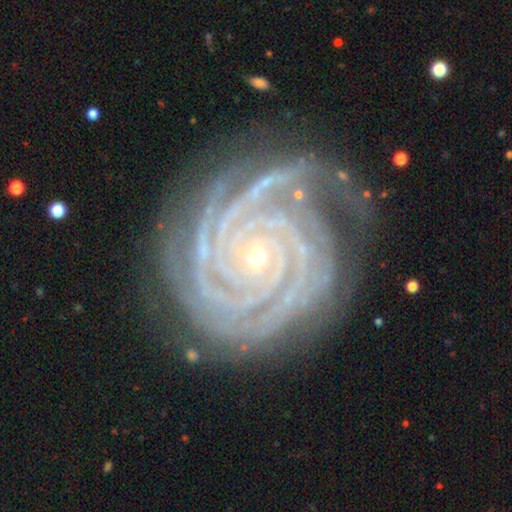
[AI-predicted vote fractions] A featured or disk galaxy (93%) with no bar (72%), 4 (27%) tight (90%) spiral arms (99%) and a small central bulge (85%).

Vote fractions:
- Smooth or featured? featured or disk: 93% / star or artifact: 5% / smooth: 2%
- Edge-on disk? no: 98% / yes: 2%
- Bar? no: 72% / strong: 14% / weak: 13%
- Spiral arms? yes: 99% / no: 1%
- Spiral winding? tight: 90% / medium: 9% / loose: 1%
- Spiral arm count? 4: 27% / 3: 23% / more than 4: 17% / 2: 14% / can't tell: 10% / 1: 8%
- Bulge size? small: 85% / moderate: 12% / none: 1% / large: 1% / dominant: 1%
- Merging? none: 78% / minor disturbance: 15% / major disturbance: 4% / merger: 2%